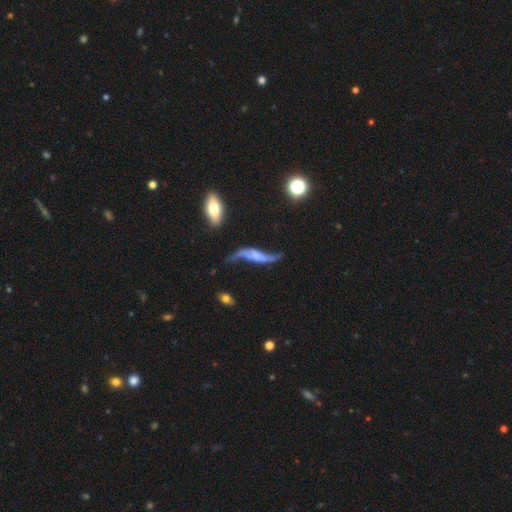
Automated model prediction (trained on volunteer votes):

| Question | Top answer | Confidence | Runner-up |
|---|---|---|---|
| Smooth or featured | featured or disk | 79% | smooth (13%) |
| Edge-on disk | no | 82% | yes (18%) |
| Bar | no | 49% | weak (31%) |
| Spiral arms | yes | 91% | no (9%) |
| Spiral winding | loose | 93% | medium (5%) |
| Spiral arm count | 2 | 92% | 1 (3%) |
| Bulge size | none | 59% | small (24%) |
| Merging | none | 52% | minor disturbance (23%) |